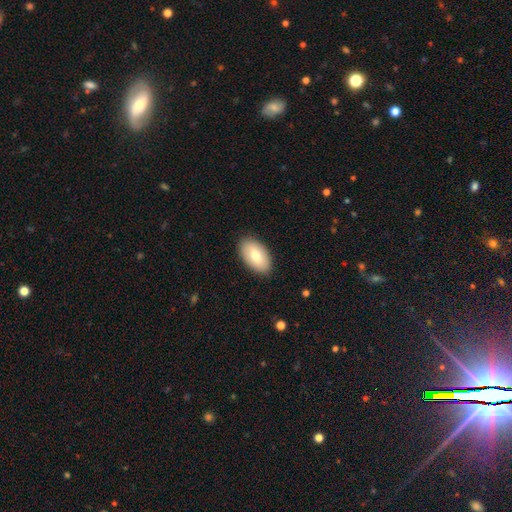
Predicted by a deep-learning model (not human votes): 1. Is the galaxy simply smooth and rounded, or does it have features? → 76% smooth, 17% featured or disk, 6% star or artifact.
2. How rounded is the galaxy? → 94% in between, 4% round, 1% cigar-shaped.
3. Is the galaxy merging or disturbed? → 88% none, 9% minor disturbance, 2% major disturbance, 1% merger.